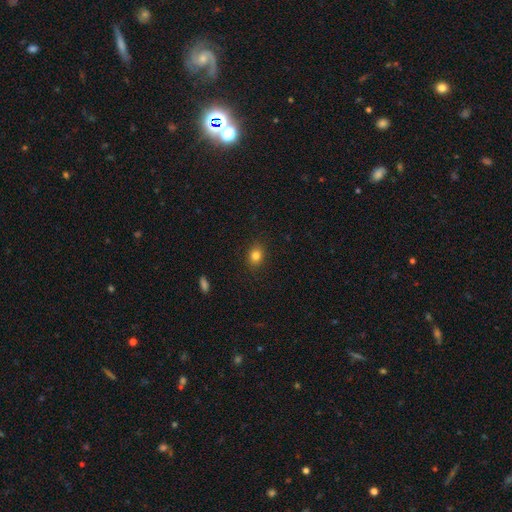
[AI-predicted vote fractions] A smooth galaxy with no disk features (82%) that is round (51%). Merging: none (88%).